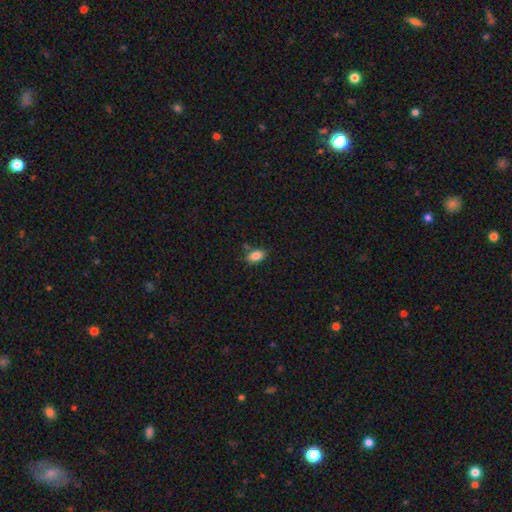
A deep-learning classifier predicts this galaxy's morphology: Q: Smooth or featured?
A: smooth (86%); runner-up: star or artifact (9%)
Q: How rounded?
A: in between (90%); runner-up: round (7%)
Q: Merging?
A: none (74%); runner-up: minor disturbance (16%)